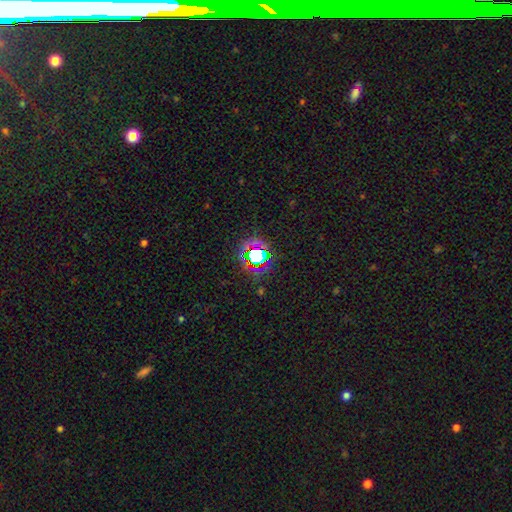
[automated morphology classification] Smooth or featured: star or artifact — 60% (smooth — 28%)